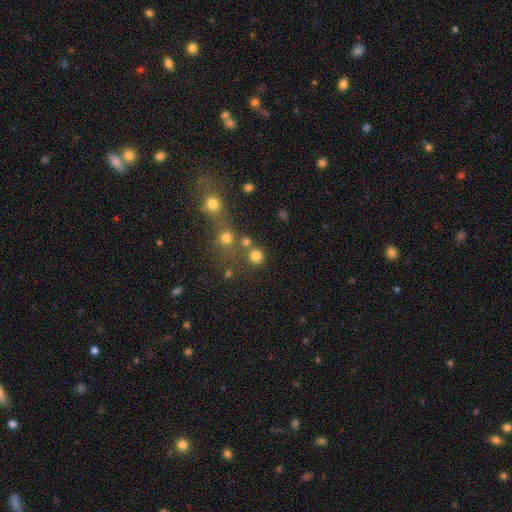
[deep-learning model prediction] A smooth galaxy with no disk features (78%) that is round (90%). Merging: none (70%).